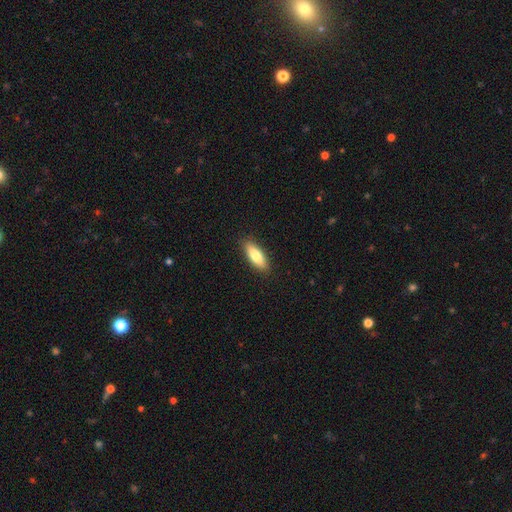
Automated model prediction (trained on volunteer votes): Smooth or featured: smooth — 79% (featured or disk — 15%)
How rounded: in between — 65% (cigar-shaped — 33%)
Merging: none — 89% (minor disturbance — 8%)